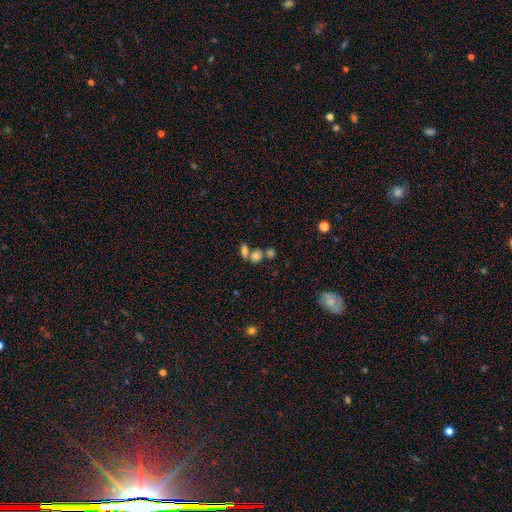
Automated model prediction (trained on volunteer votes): This appears to be a smooth galaxy with no disk features (74%) that is in between round and cigar-shaped (53%). Merging: merger (46%).